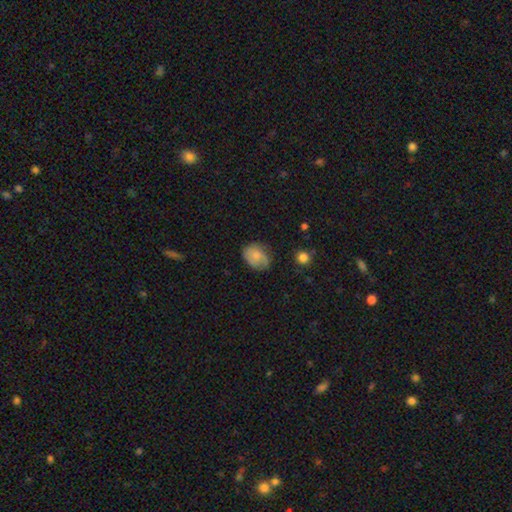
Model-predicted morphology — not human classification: smooth_or_featured: smooth (p=0.69) [alt: featured or disk p=0.23]
how_rounded: in between (p=0.57) [alt: round p=0.41]
merging: none (p=0.61) [alt: minor disturbance p=0.28]